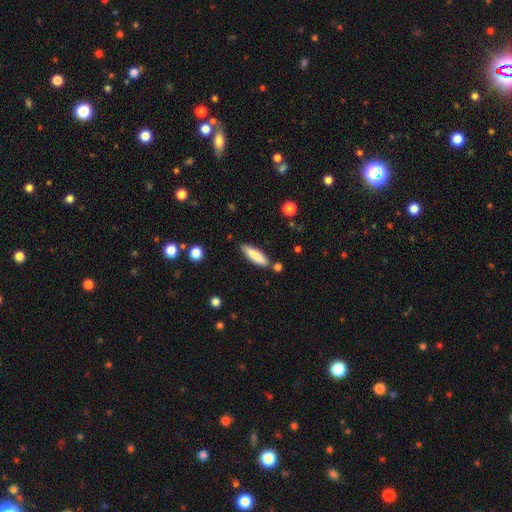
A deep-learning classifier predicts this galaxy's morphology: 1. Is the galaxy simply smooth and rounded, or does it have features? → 83% smooth, 11% featured or disk, 6% star or artifact.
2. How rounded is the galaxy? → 65% cigar-shaped, 34% in between, 1% round.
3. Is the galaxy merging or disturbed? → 80% none, 12% minor disturbance, 5% merger, 3% major disturbance.